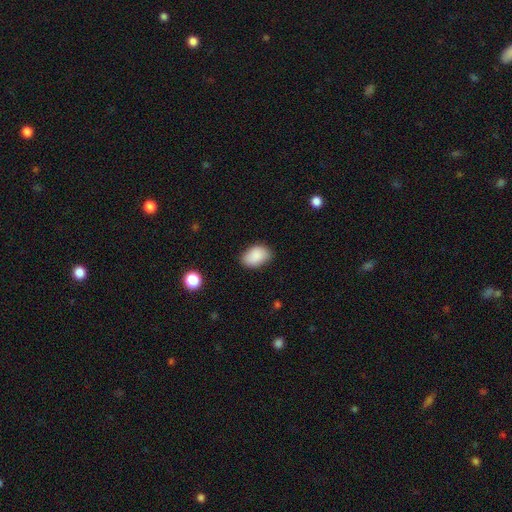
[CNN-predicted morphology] The model was most divided on "merging": none: 81%, minor disturbance: 15%, major disturbance: 3%, merger: 1%. More confident: smooth or featured — smooth (89%); how rounded — in between (87%).